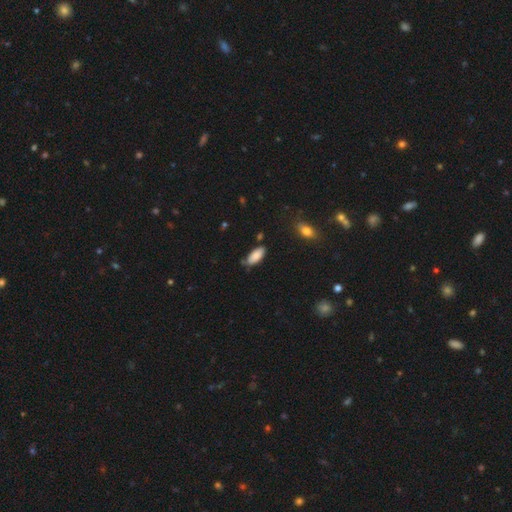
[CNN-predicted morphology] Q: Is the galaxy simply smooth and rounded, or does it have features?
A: smooth — 86%.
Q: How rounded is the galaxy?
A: in between — 82%.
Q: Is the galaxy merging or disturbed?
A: none — 68%.